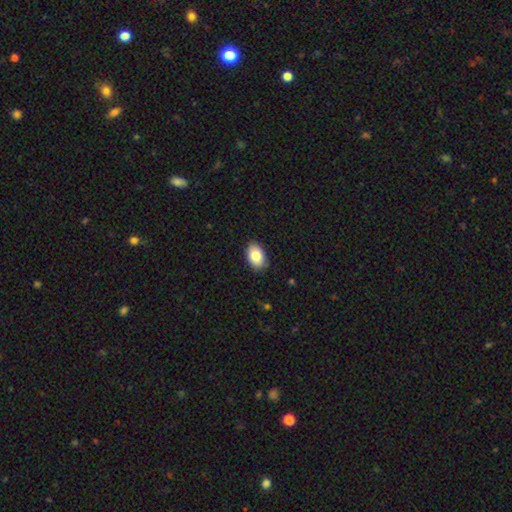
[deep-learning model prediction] smooth-or-featured: smooth: 83% | featured or disk: 10% | star or artifact: 7%
  how-rounded: in between: 88% | round: 11% | cigar-shaped: 1%
  merging: none: 88% | minor disturbance: 10% | major disturbance: 2% | merger: 1%